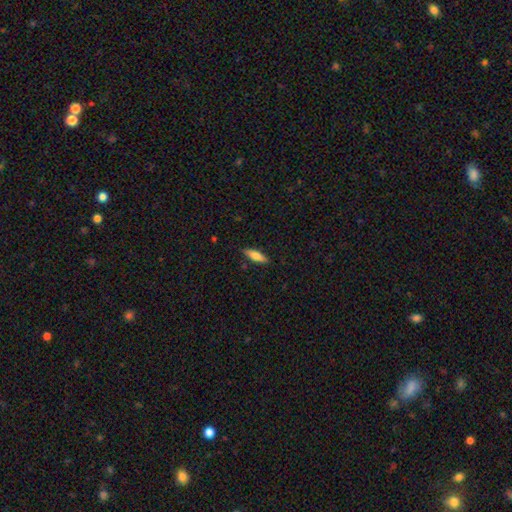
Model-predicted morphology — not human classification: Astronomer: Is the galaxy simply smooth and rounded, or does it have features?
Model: smooth — 72%.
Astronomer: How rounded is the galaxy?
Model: cigar-shaped — 52% (runner-up: in between, 46%).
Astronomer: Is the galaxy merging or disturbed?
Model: none — 86%.